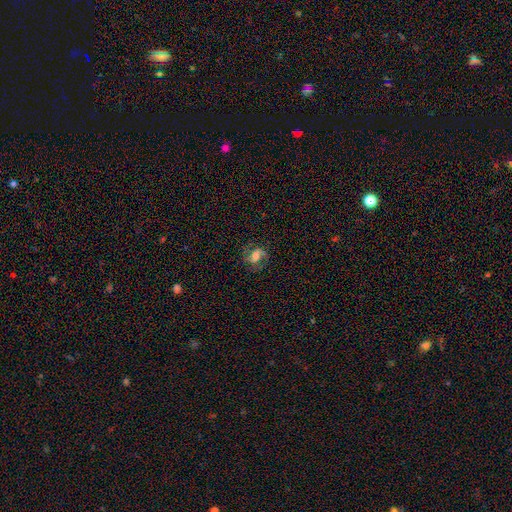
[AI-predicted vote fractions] Smooth or featured? featured or disk (61%)
Edge-on disk? no (96%)
Bar? weak (43%)
Spiral arms? yes (89%)
Spiral winding? medium (50%)
Spiral arm count? 2 (83%)
Bulge size? moderate (44%)
Merging? none (70%)